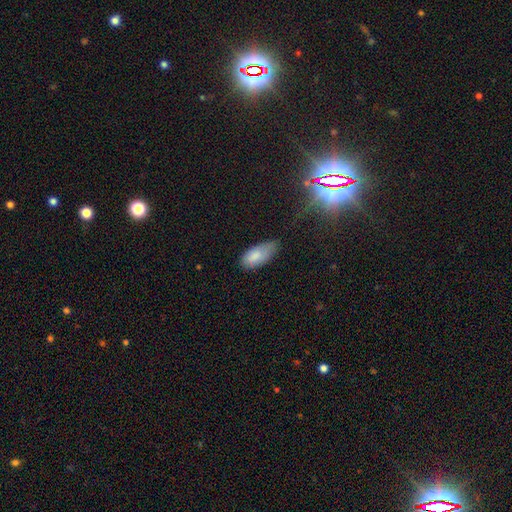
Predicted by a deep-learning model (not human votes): smooth-or-featured: smooth: 83% | featured or disk: 10% | star or artifact: 7%
  how-rounded: in between: 90% | cigar-shaped: 8% | round: 2%
  merging: none: 60% | minor disturbance: 32% | major disturbance: 6% | merger: 2%